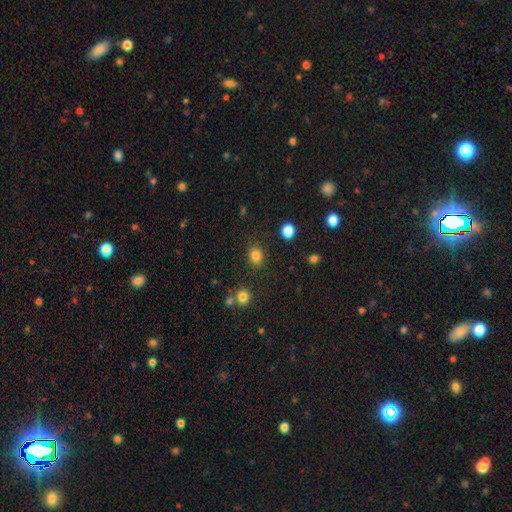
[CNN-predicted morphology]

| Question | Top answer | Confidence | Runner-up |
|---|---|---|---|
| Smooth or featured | smooth | 83% | star or artifact (12%) |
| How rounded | round | 63% | in between (36%) |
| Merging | none | 85% | minor disturbance (9%) |